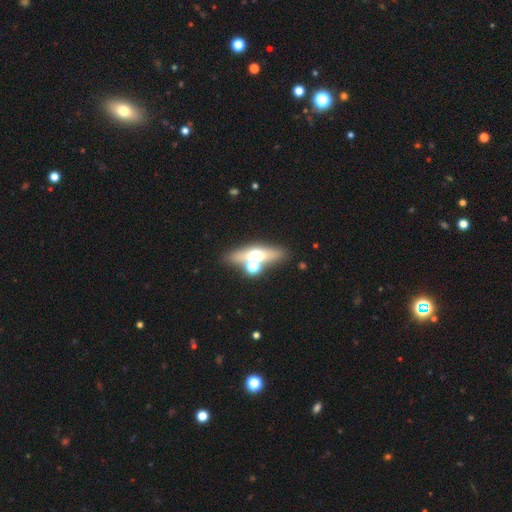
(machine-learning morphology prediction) smooth_or_featured: featured or disk (p=0.44) [alt: smooth p=0.41]
merging: none (p=0.65) [alt: merger p=0.20]